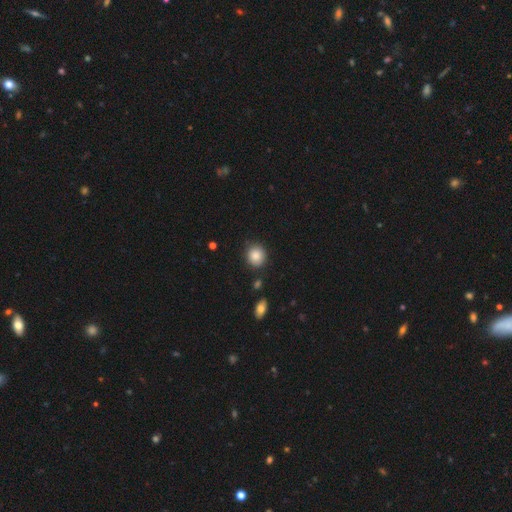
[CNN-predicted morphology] A smooth galaxy with no disk features (86%) that is round (82%). Merging: none (82%).